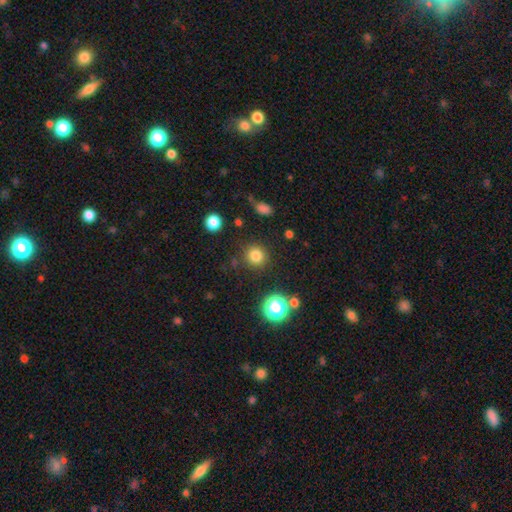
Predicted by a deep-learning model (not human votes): The model was most divided on "smooth or featured": smooth: 80%, star or artifact: 15%, featured or disk: 5%. More confident: how rounded — round (93%); merging — none (87%).